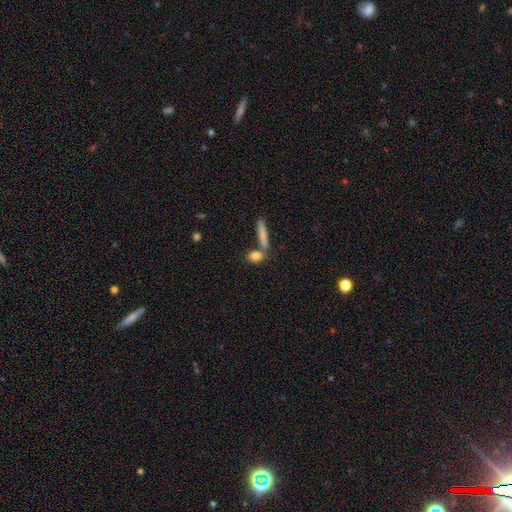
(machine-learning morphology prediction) smooth 82%, featured or disk 10%, star or artifact 8%. Down the decision tree: how rounded — in between (44%); merging — none (64%).